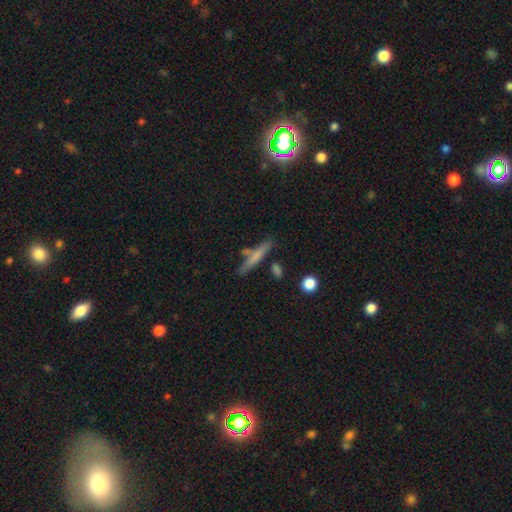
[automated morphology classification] smooth-or-featured: smooth: 65% | featured or disk: 28% | star or artifact: 7%
  how-rounded: cigar-shaped: 89% | in between: 9% | round: 2%
  merging: none: 72% | minor disturbance: 14% | merger: 11% | major disturbance: 4%